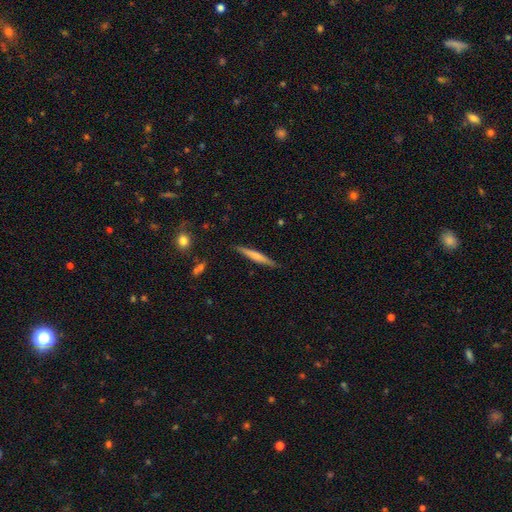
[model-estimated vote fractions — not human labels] Overall: smooth (58%; featured or disk 36%). How rounded: cigar-shaped (95%). Merging: none (88%).